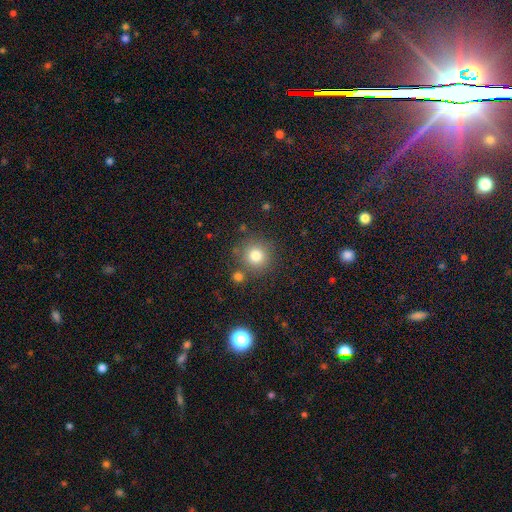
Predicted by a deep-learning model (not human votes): Q: Smooth or featured?
A: smooth (79%); runner-up: star or artifact (13%)
Q: How rounded?
A: round (93%); runner-up: in between (7%)
Q: Merging?
A: none (80%); runner-up: minor disturbance (9%)